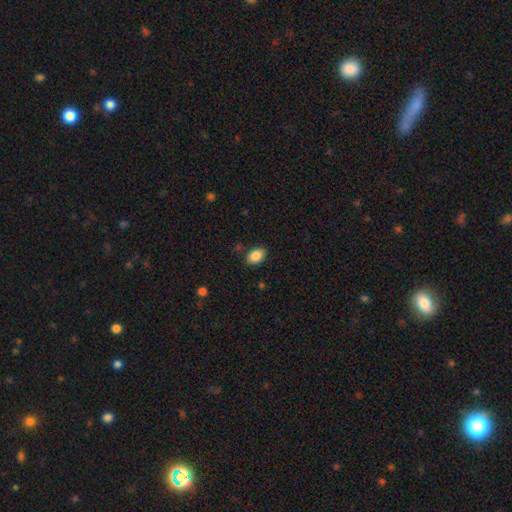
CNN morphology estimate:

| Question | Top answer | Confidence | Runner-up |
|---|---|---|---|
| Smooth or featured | smooth | 86% | star or artifact (8%) |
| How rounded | in between | 84% | round (15%) |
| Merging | none | 84% | minor disturbance (11%) |